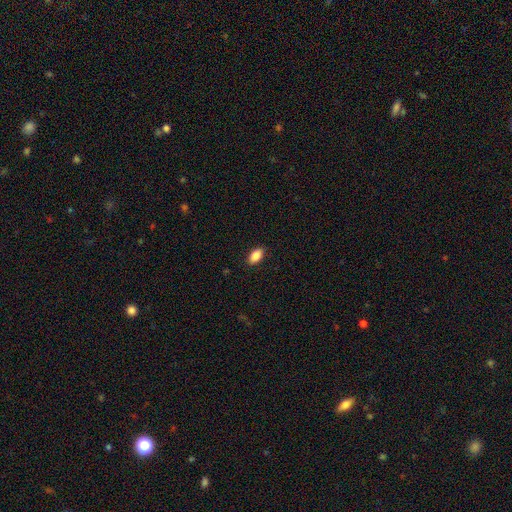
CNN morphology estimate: Smooth or featured: smooth — 87% (star or artifact — 8%)
How rounded: in between — 92% (round — 5%)
Merging: none — 88% (minor disturbance — 9%)